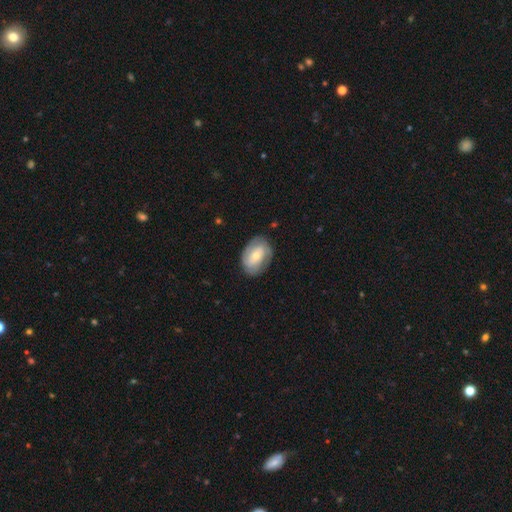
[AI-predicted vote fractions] The model was most divided on "bulge size": moderate: 50%, small: 44%, large: 3%, none: 1%, dominant: 1%. More confident: edge-on disk — no (95%); merging — none (76%); spiral arms — yes (74%); smooth or featured — featured or disk (57%); bar — no (52%).